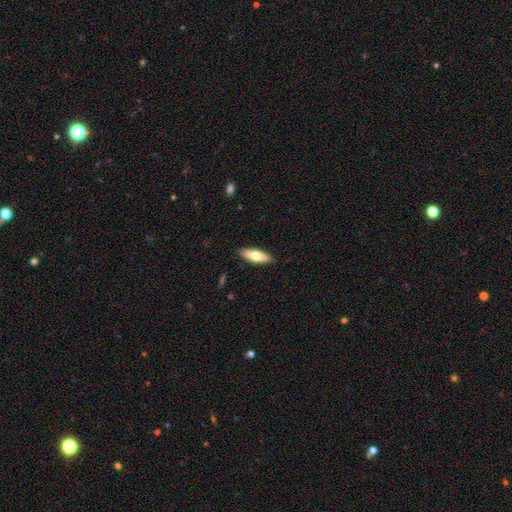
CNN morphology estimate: Smooth or featured: smooth — 69% (featured or disk — 25%)
How rounded: in between — 62% (cigar-shaped — 36%)
Merging: none — 89% (minor disturbance — 8%)